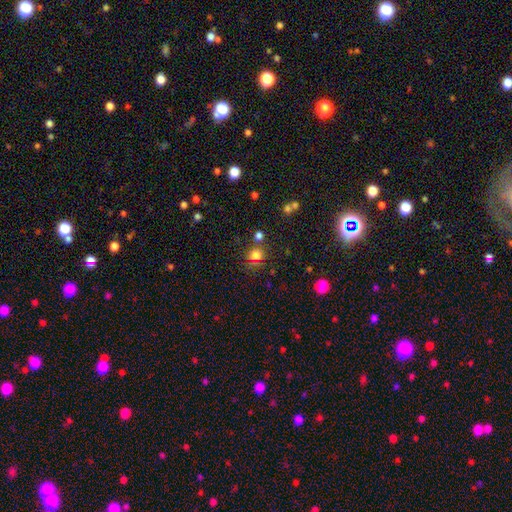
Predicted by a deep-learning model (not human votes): A smooth galaxy with no disk features (73%) that is round (86%). Merging: none (74%).